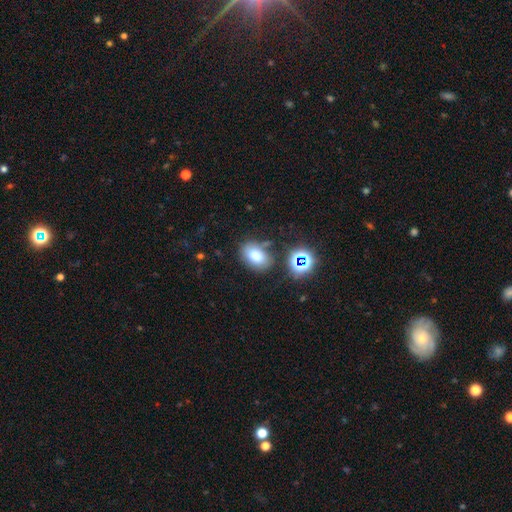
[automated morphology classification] smooth-or-featured: smooth: 74% | star or artifact: 14% | featured or disk: 11%
  how-rounded: in between: 83% | round: 16% | cigar-shaped: 1%
  merging: none: 70% | minor disturbance: 16% | merger: 8% | major disturbance: 6%